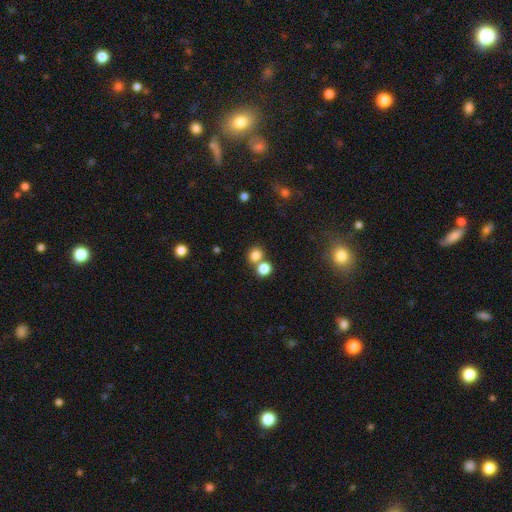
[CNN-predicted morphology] smooth-or-featured: smooth: 79% | star or artifact: 14% | featured or disk: 7%
  how-rounded: round: 80% | in between: 19% | cigar-shaped: 1%
  merging: none: 55% | merger: 35% | minor disturbance: 7% | major disturbance: 3%